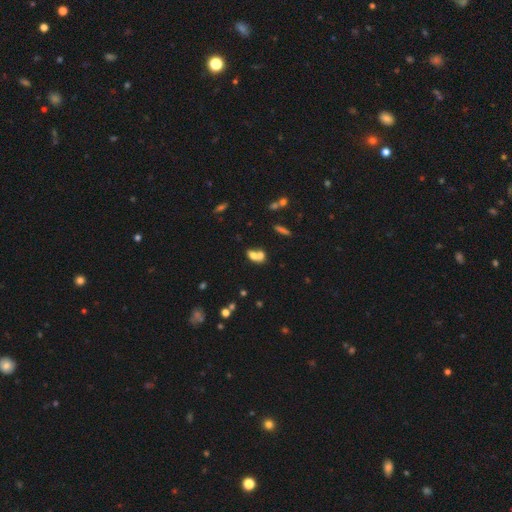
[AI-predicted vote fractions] A smooth galaxy with no disk features (65%) that is in between round and cigar-shaped (62%).

Vote fractions:
- Smooth or featured? smooth: 65% / featured or disk: 22% / star or artifact: 13%
- How rounded? in between: 62% / round: 33% / cigar-shaped: 5%
- Merging? merger: 65% / none: 24% / minor disturbance: 7% / major disturbance: 4%